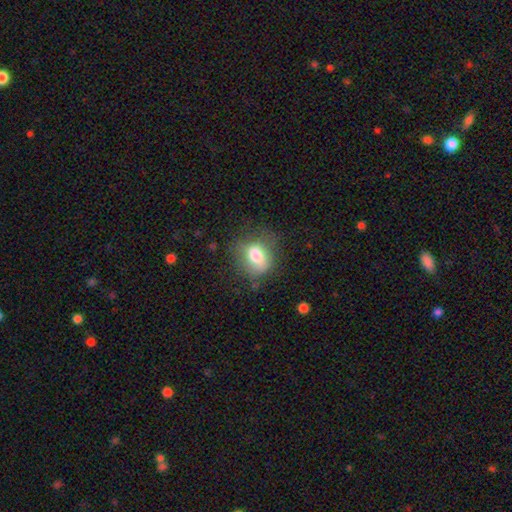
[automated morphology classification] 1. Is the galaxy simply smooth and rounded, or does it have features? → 73% smooth, 17% featured or disk, 10% star or artifact.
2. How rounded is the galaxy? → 56% in between, 42% round, 2% cigar-shaped.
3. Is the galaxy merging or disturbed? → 55% none, 27% minor disturbance, 15% major disturbance, 3% merger.